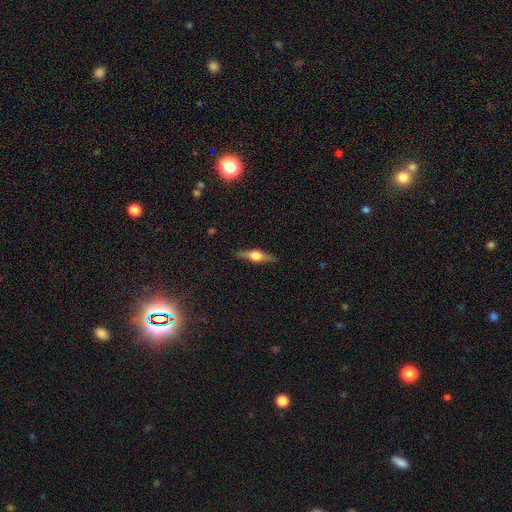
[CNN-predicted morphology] The model was most divided on "smooth or featured": featured or disk: 69%, smooth: 24%, star or artifact: 6%. More confident: edge-on disk — yes (97%); edge-on bulge — rounded (94%); merging — none (89%).